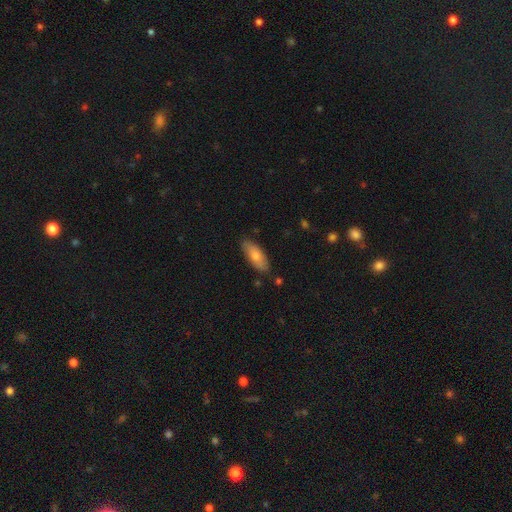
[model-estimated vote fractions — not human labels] smooth_or_featured: smooth (p=0.75) [alt: featured or disk p=0.19]
how_rounded: in between (p=0.77) [alt: cigar-shaped p=0.21]
merging: none (p=0.83) [alt: minor disturbance p=0.13]